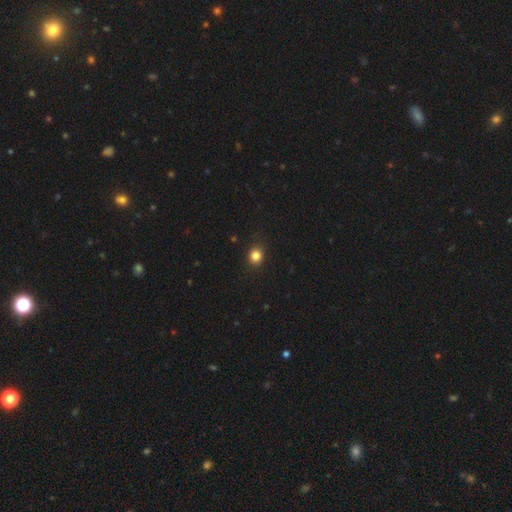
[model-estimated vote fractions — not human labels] Smooth or featured? Predicted: smooth (p=0.84). How rounded? Predicted: round (p=0.80). Merging? Predicted: none (p=0.89).